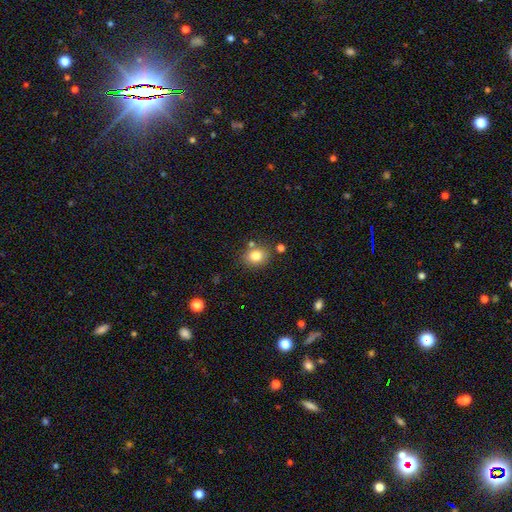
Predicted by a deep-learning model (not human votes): This is clearly a smooth galaxy (82%). How rounded: likely round (65%). Merging: likely none (77%).